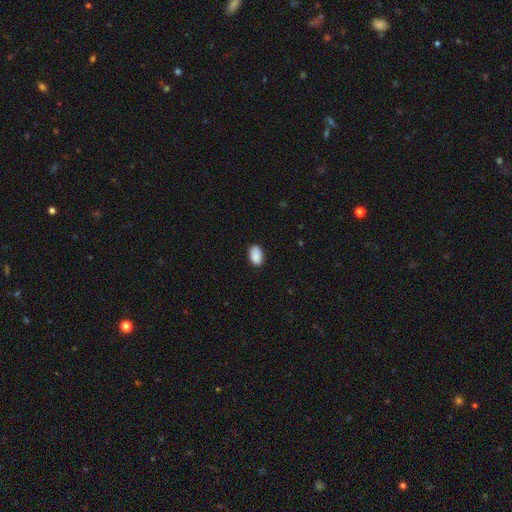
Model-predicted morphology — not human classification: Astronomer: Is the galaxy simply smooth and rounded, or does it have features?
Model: smooth — 89%.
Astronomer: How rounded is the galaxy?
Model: in between — 91%.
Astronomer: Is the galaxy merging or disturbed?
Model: none — 83%.